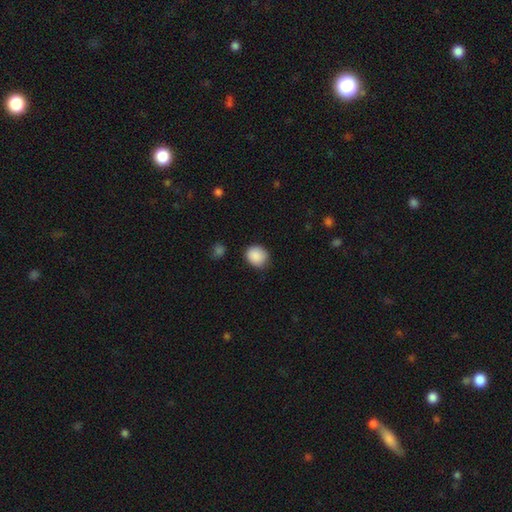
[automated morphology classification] smooth 89%, star or artifact 8%, featured or disk 4%. Down the decision tree: how rounded — round (70%); merging — none (78%).